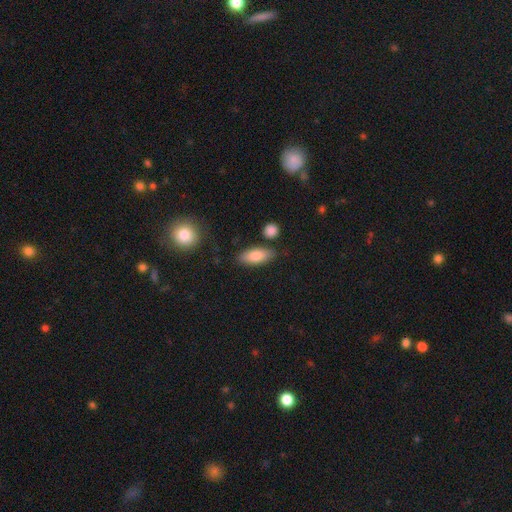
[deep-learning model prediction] smooth-or-featured: smooth: 81% | featured or disk: 13% | star or artifact: 7%
  how-rounded: in between: 79% | cigar-shaped: 18% | round: 3%
  merging: none: 80% | minor disturbance: 12% | merger: 5% | major disturbance: 3%